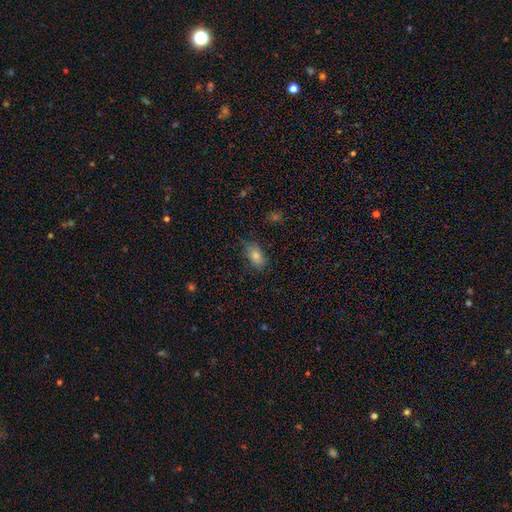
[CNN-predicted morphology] A smooth galaxy with no disk features (72%) that is in between round and cigar-shaped (85%). Merging: none (78%).